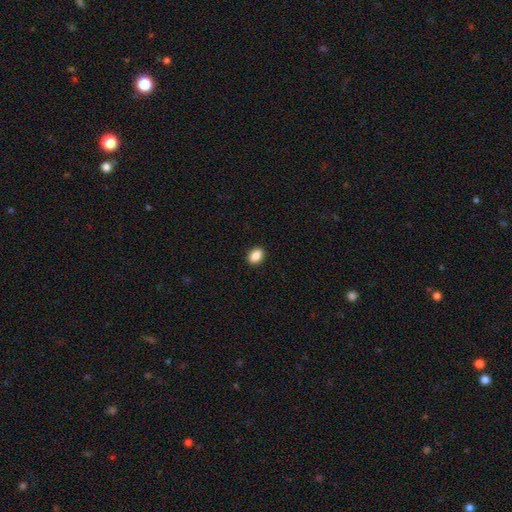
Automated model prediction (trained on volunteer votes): Q: Smooth or featured?
A: smooth (88%); runner-up: star or artifact (8%)
Q: How rounded?
A: in between (77%); runner-up: round (22%)
Q: Merging?
A: none (91%); runner-up: minor disturbance (6%)